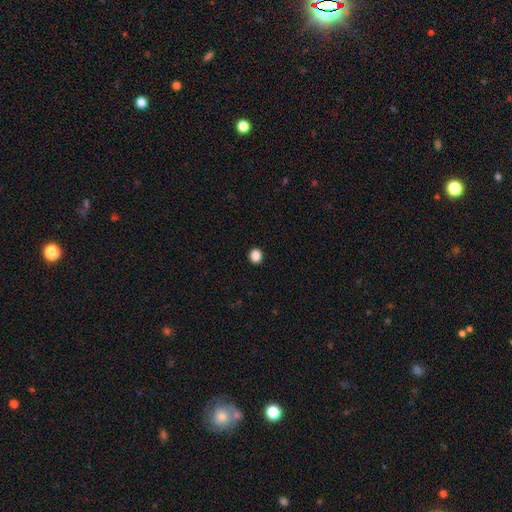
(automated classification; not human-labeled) smooth 87%, star or artifact 11%, featured or disk 2%. Down the decision tree: how rounded — round (84%); merging — none (93%).